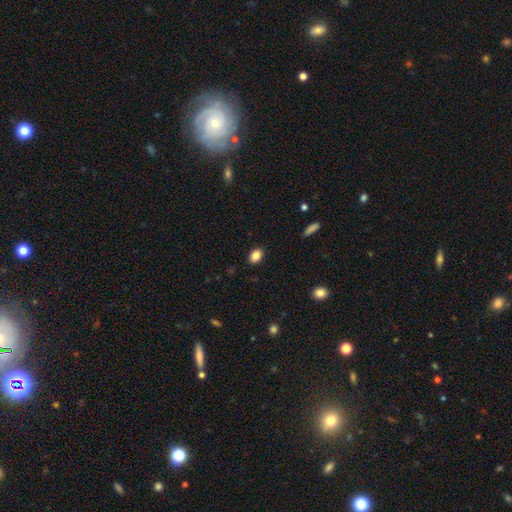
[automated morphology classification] Smooth or featured? smooth (86%)
How rounded? in between (80%)
Merging? none (88%)